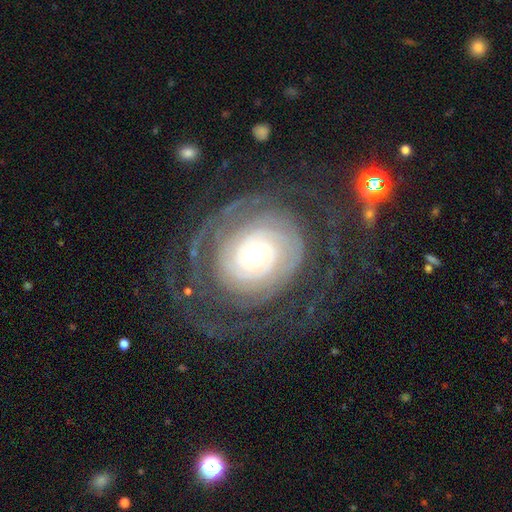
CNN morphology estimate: This appears to be a featured or disk galaxy (86%) with no bar (79%), tight (77%) spiral arms (93%) and a moderate central bulge (50%). Merging: none (68%).